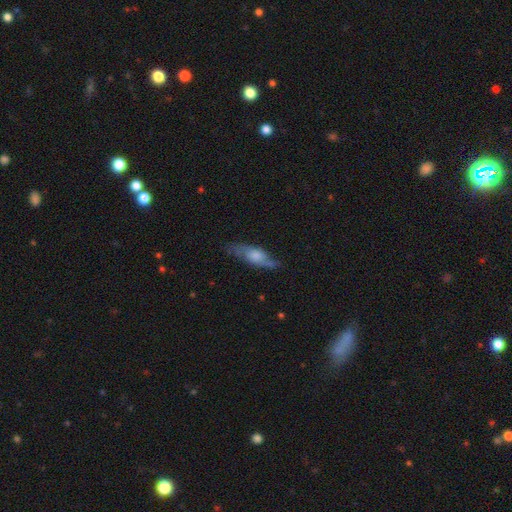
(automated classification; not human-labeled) This is possibly a featured or disk galaxy (54%). It is possibly not viewed edge-on (58%). Merging: likely none (68%).